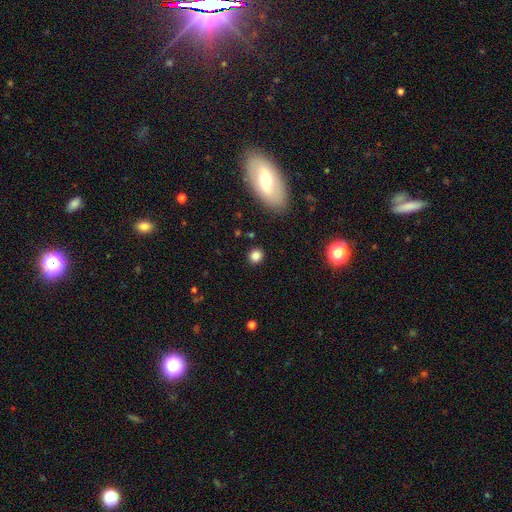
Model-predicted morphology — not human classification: This is clearly a smooth galaxy (83%). How rounded: likely round (79%). Merging: clearly none (89%).